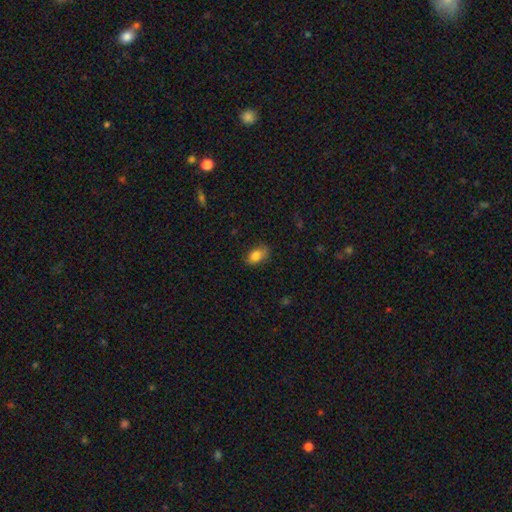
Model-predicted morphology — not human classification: This is clearly a smooth galaxy (83%). How rounded: clearly in between (88%). Merging: likely none (75%).